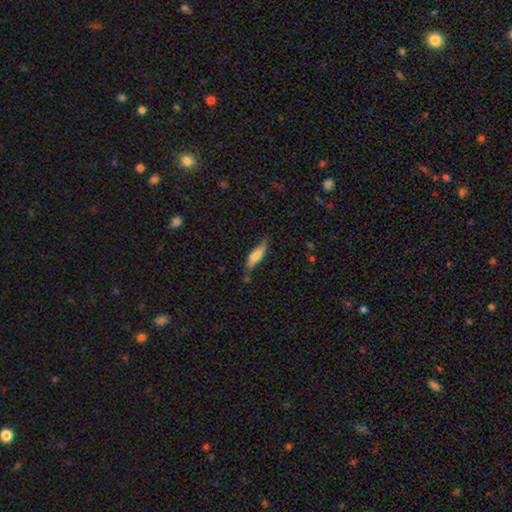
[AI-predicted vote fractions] A smooth galaxy with no disk features (67%) that is cigar-shaped (65%). Merging: none (61%).